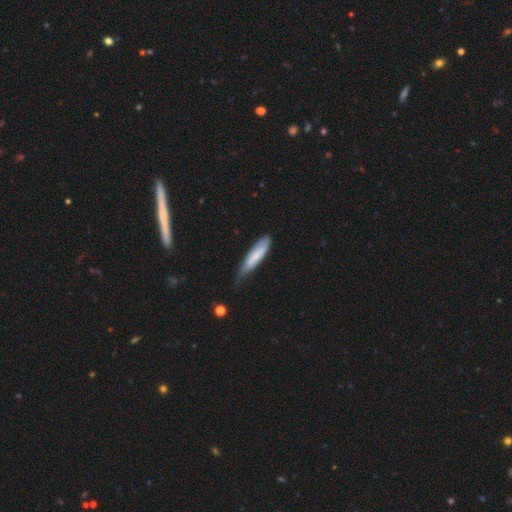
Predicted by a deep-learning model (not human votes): Smooth or featured?
  - smooth: 75% *
  - featured or disk: 20%
  - star or artifact: 5%
How rounded?
  - cigar-shaped: 77% *
  - in between: 22%
  - round: 1%
Merging?
  - none: 47% *
  - minor disturbance: 41%
  - major disturbance: 9%
  - merger: 2%